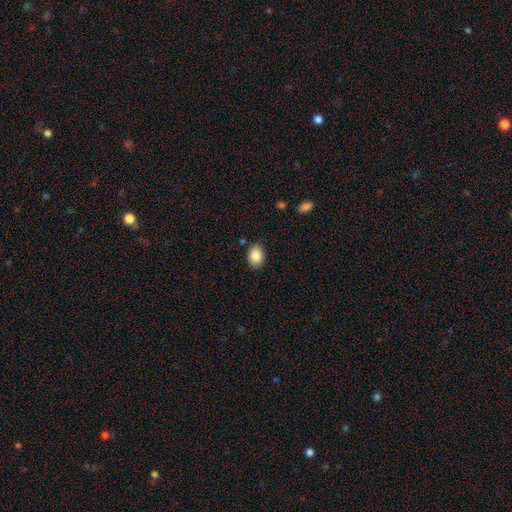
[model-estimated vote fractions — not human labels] smooth-or-featured: smooth: 87% | star or artifact: 8% | featured or disk: 5%
  how-rounded: in between: 65% | round: 34% | cigar-shaped: 1%
  merging: none: 85% | minor disturbance: 11% | major disturbance: 2% | merger: 2%